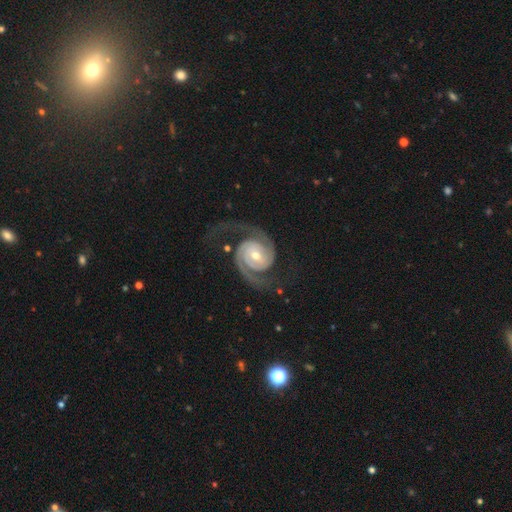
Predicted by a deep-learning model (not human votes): Smooth or featured? featured or disk (93%)
Edge-on disk? no (98%)
Bar? no (56%)
Spiral arms? yes (98%)
Spiral winding? tight (44%)
Spiral arm count? 2 (92%)
Bulge size? moderate (51%)
Merging? none (71%)